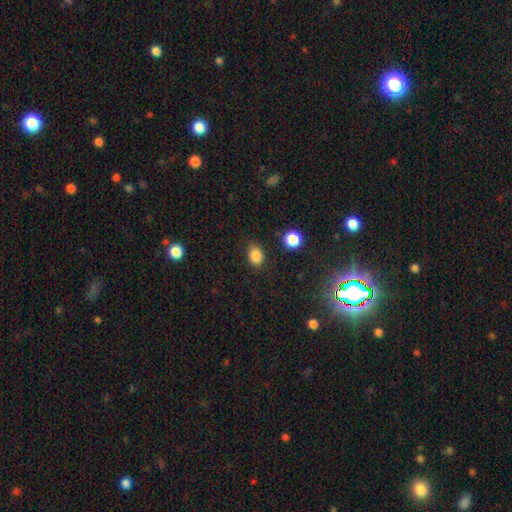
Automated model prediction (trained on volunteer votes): This appears to be a smooth galaxy with no disk features (85%) that is in between round and cigar-shaped (60%). Merging: none (84%).